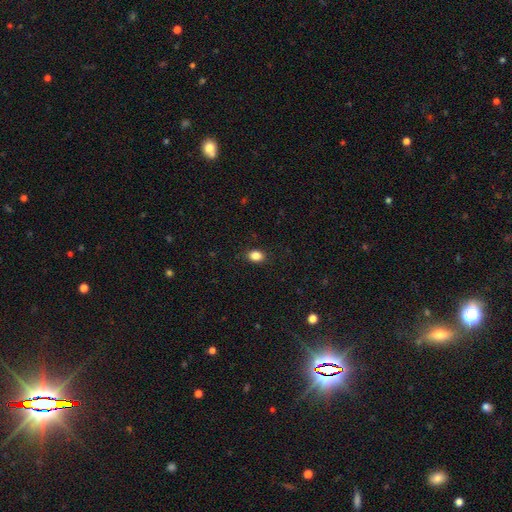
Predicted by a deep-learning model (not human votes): This appears to be a smooth galaxy with no disk features (85%) that is in between round and cigar-shaped (67%). Merging: none (88%).